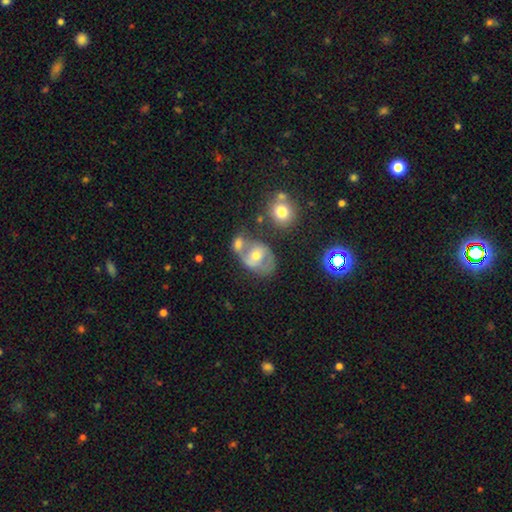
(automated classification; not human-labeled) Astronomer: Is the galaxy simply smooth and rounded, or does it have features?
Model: featured or disk — 59%.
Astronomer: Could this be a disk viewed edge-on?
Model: no — 96%.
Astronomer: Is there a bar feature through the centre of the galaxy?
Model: no — 41% (runner-up: weak, 38%).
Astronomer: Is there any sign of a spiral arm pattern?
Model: yes — 65%.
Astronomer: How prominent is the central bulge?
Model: moderate — 65%.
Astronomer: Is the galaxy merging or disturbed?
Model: none — 40% (runner-up: merger, 32%).